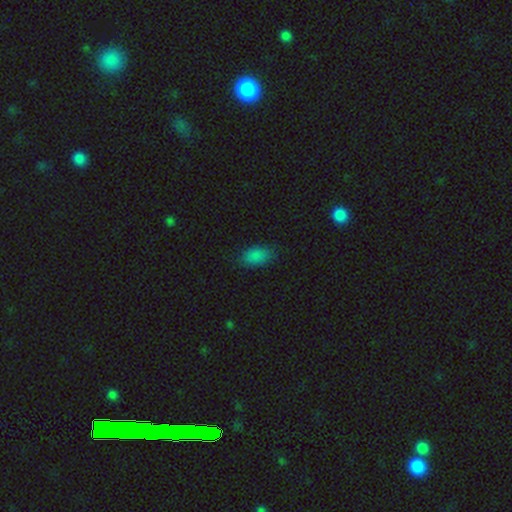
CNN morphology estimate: This appears to be a smooth galaxy with no disk features (84%) that is in between round and cigar-shaped (91%). Merging: none (82%).